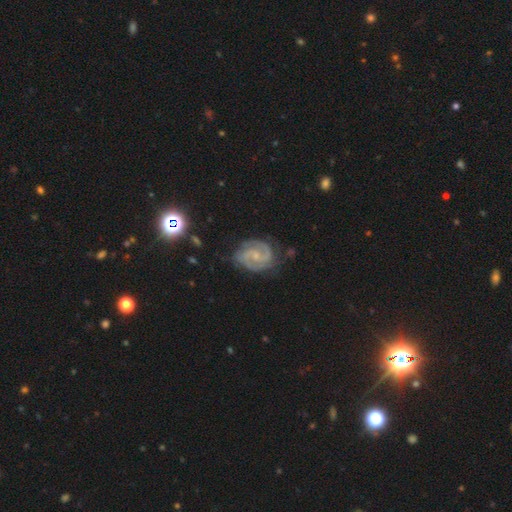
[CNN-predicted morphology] Smooth or featured: featured or disk — 88% (smooth — 6%)
Edge-on disk: no — 98% (yes — 2%)
Bar: no — 46% (weak — 44%)
Spiral arms: yes — 98% (no — 2%)
Spiral winding: medium — 48% (tight — 44%)
Spiral arm count: 2 — 82% (3 — 8%)
Bulge size: small — 70% (moderate — 21%)
Merging: none — 75% (minor disturbance — 18%)